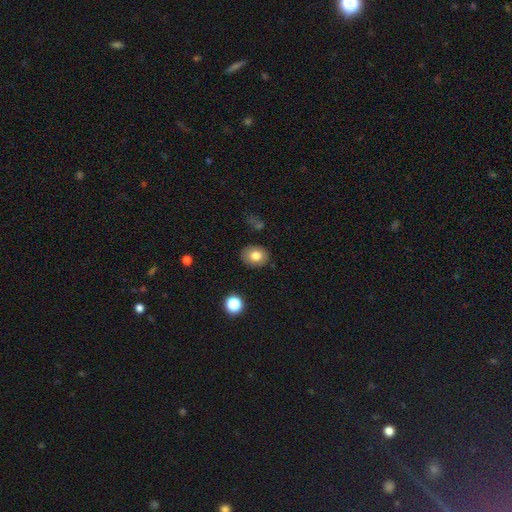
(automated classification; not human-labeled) smooth_or_featured: smooth (p=0.79) [alt: featured or disk p=0.11]
how_rounded: in between (p=0.52) [alt: round p=0.47]
merging: none (p=0.86) [alt: minor disturbance p=0.10]